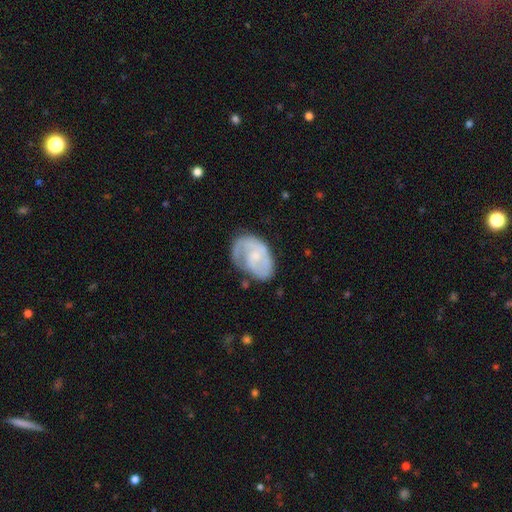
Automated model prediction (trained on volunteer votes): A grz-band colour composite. It shows a featured or disk galaxy (68%) with no bar (65%), 2 (40%) tight (45%) spiral arms (82%) and a small central bulge (55%). Merging: none (56%).